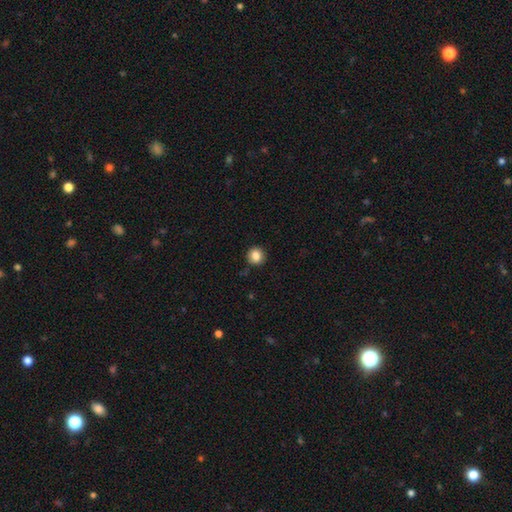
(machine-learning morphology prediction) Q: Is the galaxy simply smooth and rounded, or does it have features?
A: smooth — 85%.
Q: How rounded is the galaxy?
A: round — 89%.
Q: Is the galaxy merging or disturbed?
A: none — 89%.